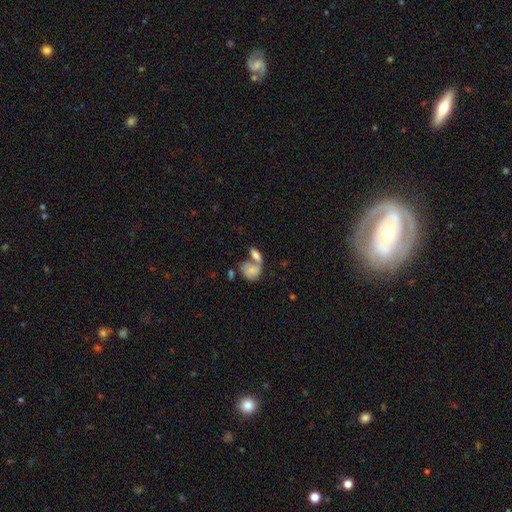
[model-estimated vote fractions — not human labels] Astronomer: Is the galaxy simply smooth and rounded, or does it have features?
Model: smooth — 63%.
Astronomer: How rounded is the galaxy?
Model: in between — 76%.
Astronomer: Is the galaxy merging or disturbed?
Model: merger — 52% (runner-up: none, 31%).